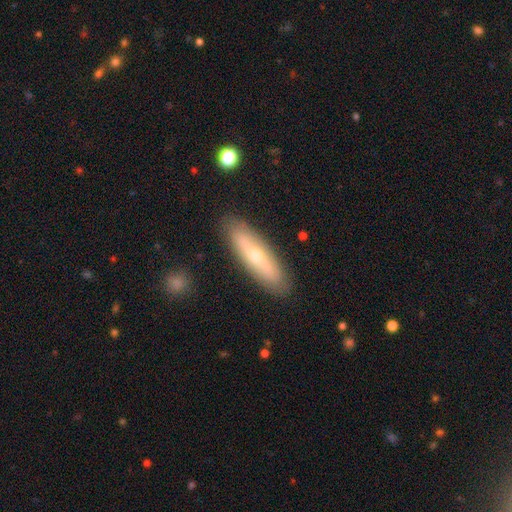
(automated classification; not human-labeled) The model was most divided on "smooth or featured": smooth: 50%, featured or disk: 44%, star or artifact: 6%. More confident: merging — none (87%).